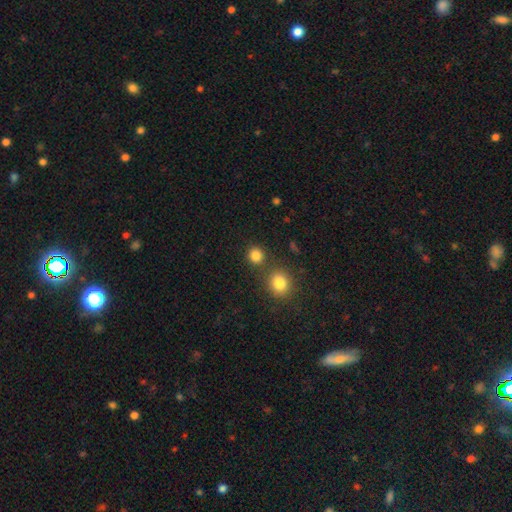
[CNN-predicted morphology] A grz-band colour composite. It shows a smooth galaxy with no disk features (84%) that is round (87%). Merging: none (77%).